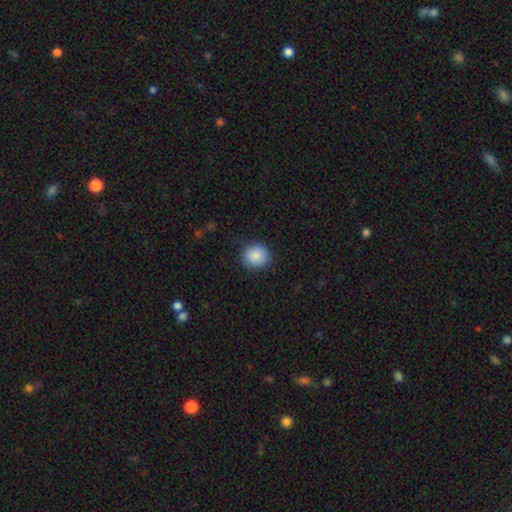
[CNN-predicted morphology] Smooth or featured? smooth (88%)
How rounded? round (78%)
Merging? none (87%)